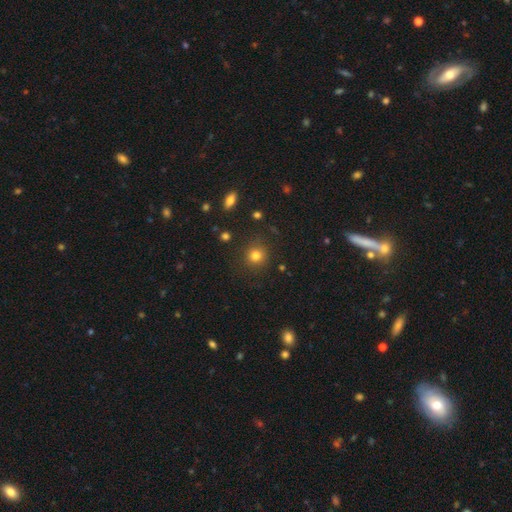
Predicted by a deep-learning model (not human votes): Smooth or featured: smooth — 81% (star or artifact — 13%)
How rounded: round — 89% (in between — 10%)
Merging: none — 87% (minor disturbance — 8%)